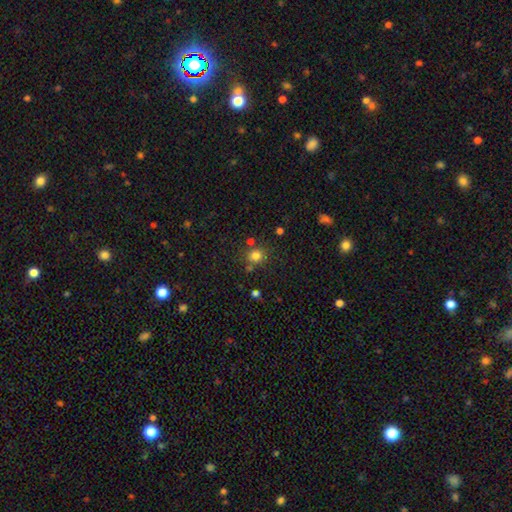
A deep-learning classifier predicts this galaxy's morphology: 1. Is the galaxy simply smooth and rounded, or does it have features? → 79% smooth, 15% star or artifact, 6% featured or disk.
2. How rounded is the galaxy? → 86% round, 13% in between, 1% cigar-shaped.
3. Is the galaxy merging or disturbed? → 75% none, 11% merger, 10% minor disturbance, 4% major disturbance.